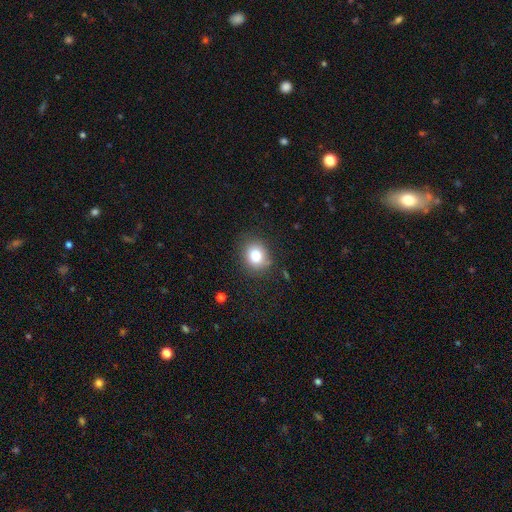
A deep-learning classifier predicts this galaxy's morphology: smooth-or-featured: smooth: 83% | star or artifact: 10% | featured or disk: 7%
  how-rounded: round: 66% | in between: 33% | cigar-shaped: 1%
  merging: none: 79% | minor disturbance: 14% | major disturbance: 4% | merger: 2%